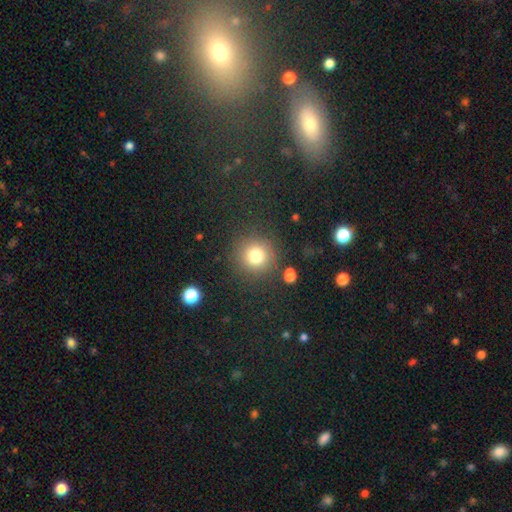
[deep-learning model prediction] Smooth or featured: smooth — 78% (star or artifact — 14%)
How rounded: round — 93% (in between — 6%)
Merging: none — 85% (minor disturbance — 8%)